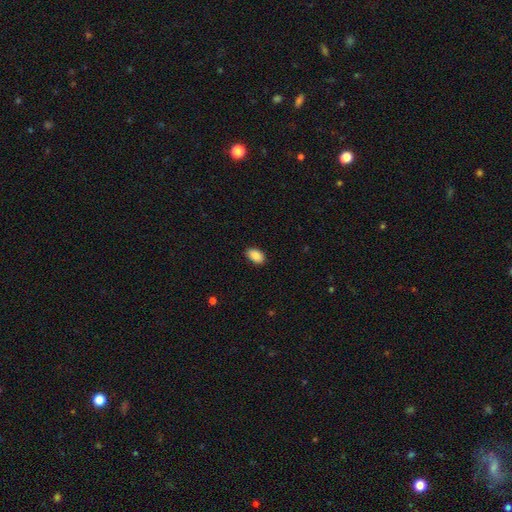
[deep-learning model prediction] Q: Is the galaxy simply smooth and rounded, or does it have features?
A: smooth — 86%.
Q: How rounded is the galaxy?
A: in between — 91%.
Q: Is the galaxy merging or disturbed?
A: none — 88%.